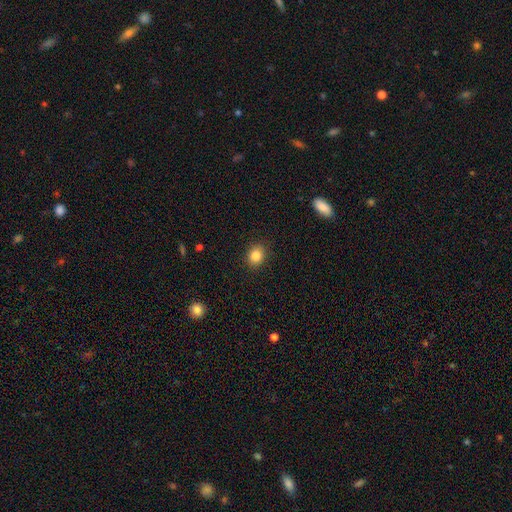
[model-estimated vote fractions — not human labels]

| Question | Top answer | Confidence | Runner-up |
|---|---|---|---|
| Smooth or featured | smooth | 84% | star or artifact (10%) |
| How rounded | round | 61% | in between (38%) |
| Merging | none | 89% | minor disturbance (8%) |